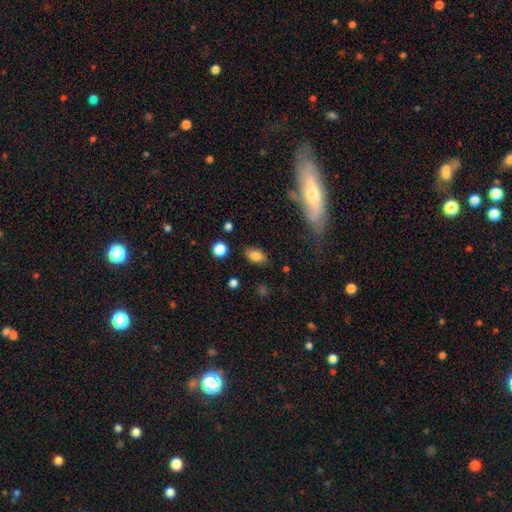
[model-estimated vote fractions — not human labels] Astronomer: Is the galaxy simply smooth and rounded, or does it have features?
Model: smooth — 82%.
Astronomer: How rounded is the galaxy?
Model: in between — 88%.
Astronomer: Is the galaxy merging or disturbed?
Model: none — 83%.